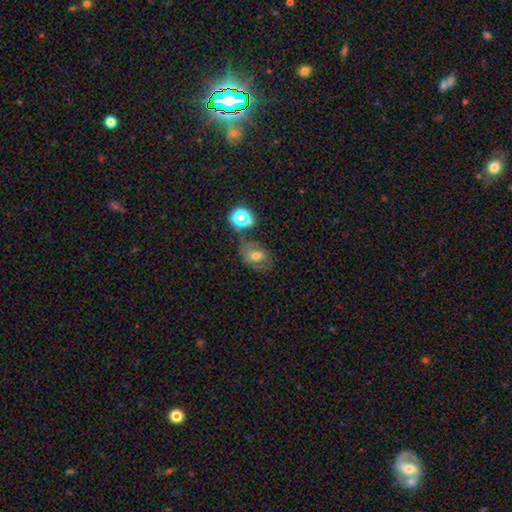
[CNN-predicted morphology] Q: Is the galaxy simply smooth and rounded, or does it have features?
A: smooth — 42%.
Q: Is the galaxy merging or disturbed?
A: none — 62%.